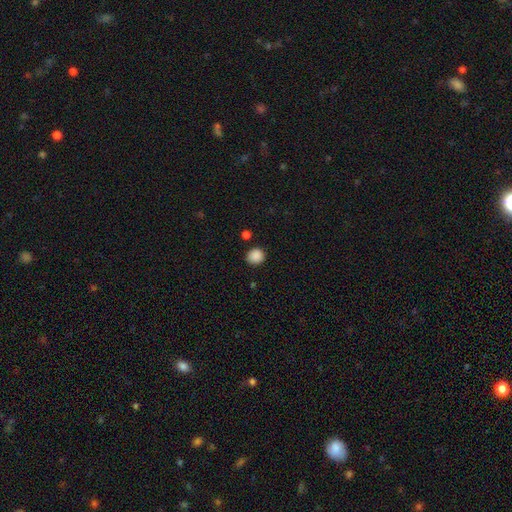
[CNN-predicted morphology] smooth_or_featured: smooth (p=0.87) [alt: star or artifact p=0.10]
how_rounded: round (p=0.83) [alt: in between p=0.16]
merging: none (p=0.83) [alt: minor disturbance p=0.11]